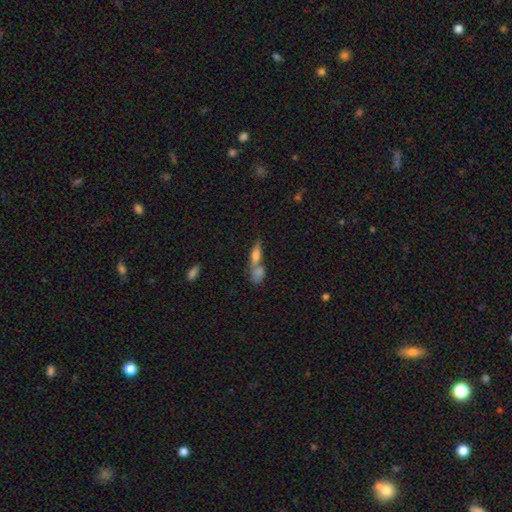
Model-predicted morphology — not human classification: Smooth or featured? smooth (67%)
How rounded? in between (51%)
Merging? merger (59%)